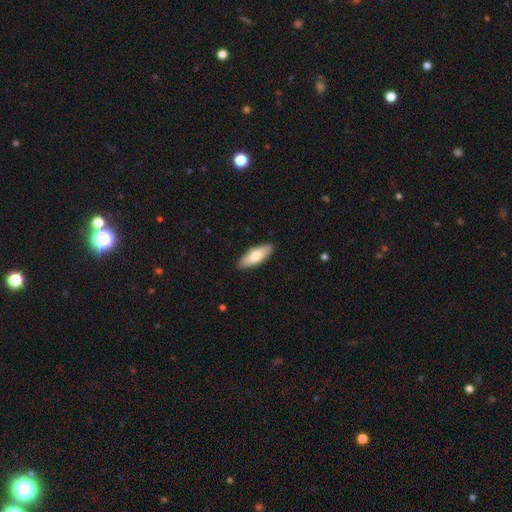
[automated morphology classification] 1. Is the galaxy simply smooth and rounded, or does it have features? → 72% smooth, 23% featured or disk, 5% star or artifact.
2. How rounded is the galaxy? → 64% in between, 34% cigar-shaped, 2% round.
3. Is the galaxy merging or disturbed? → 89% none, 8% minor disturbance, 2% major disturbance, 1% merger.